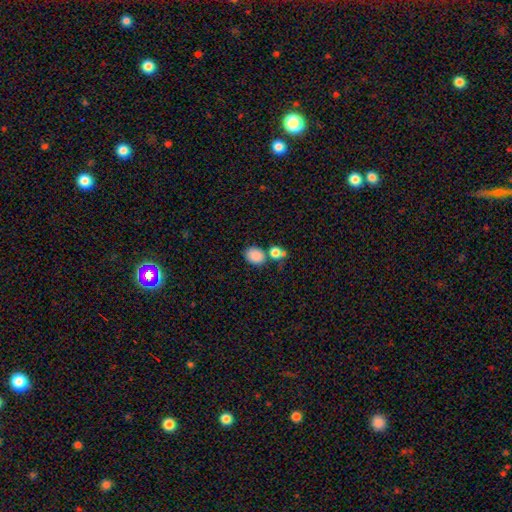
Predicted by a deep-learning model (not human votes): A smooth galaxy with no disk features (85%) that is in between round and cigar-shaped (58%).

Vote fractions:
- Smooth or featured? smooth: 85% / star or artifact: 10% / featured or disk: 5%
- How rounded? in between: 58% / round: 41% / cigar-shaped: 1%
- Merging? none: 61% / merger: 21% / minor disturbance: 13% / major disturbance: 5%